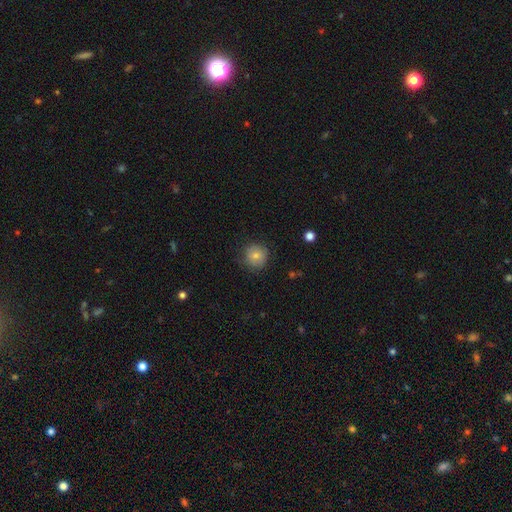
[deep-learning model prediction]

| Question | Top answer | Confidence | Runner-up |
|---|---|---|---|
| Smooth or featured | smooth | 77% | featured or disk (13%) |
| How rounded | round | 92% | in between (7%) |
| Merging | none | 79% | minor disturbance (15%) |